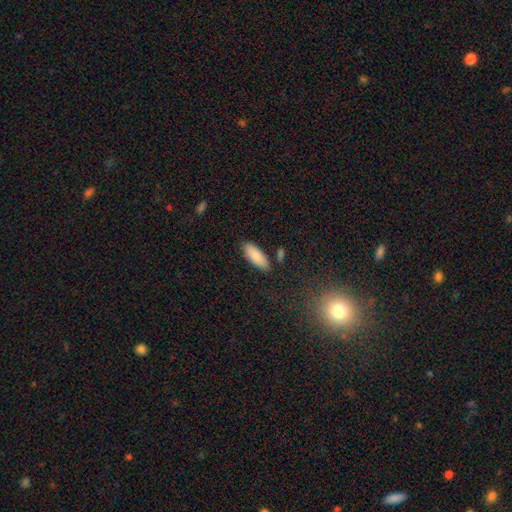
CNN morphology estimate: This appears to be a smooth galaxy with no disk features (88%) that is in between round and cigar-shaped (76%). Merging: none (82%).